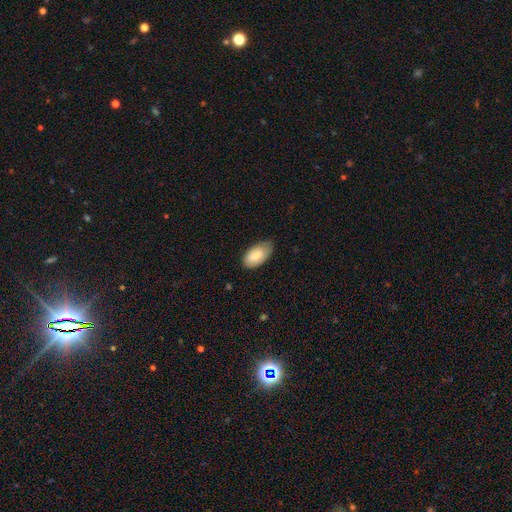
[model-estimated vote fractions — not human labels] A smooth galaxy with no disk features (82%) that is in between round and cigar-shaped (95%). Merging: none (65%).